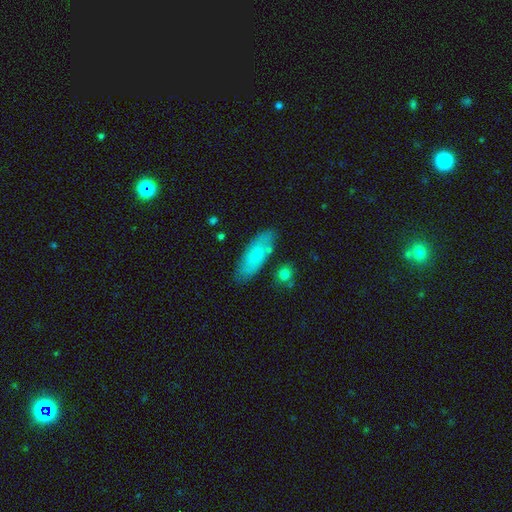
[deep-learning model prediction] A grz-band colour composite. It shows a smooth galaxy with no disk features (72%) that is in between round and cigar-shaped (66%). Merging: none (77%).